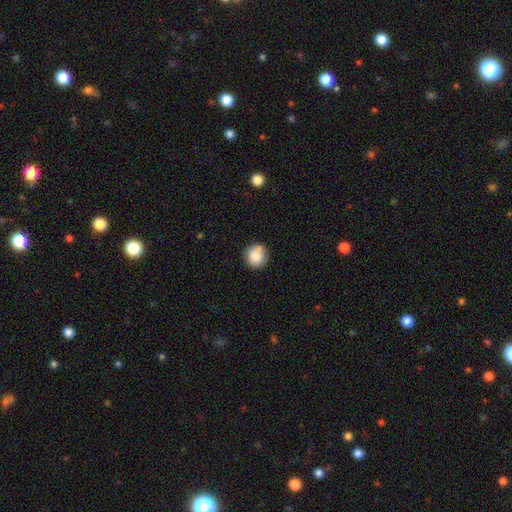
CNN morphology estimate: Smooth or featured? Predicted: smooth (p=0.85). How rounded? Predicted: round (p=0.92). Merging? Predicted: none (p=0.77).